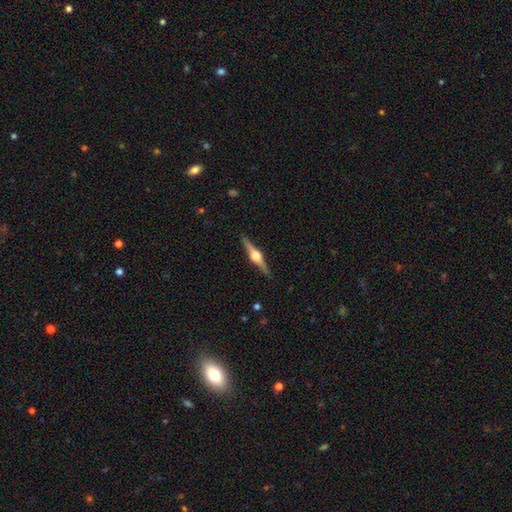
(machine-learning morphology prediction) Q: Smooth or featured?
A: featured or disk (83%); runner-up: smooth (13%)
Q: Edge-on disk?
A: yes (98%); runner-up: no (2%)
Q: Edge-on bulge?
A: rounded (95%); runner-up: boxy (3%)
Q: Merging?
A: none (91%); runner-up: minor disturbance (6%)